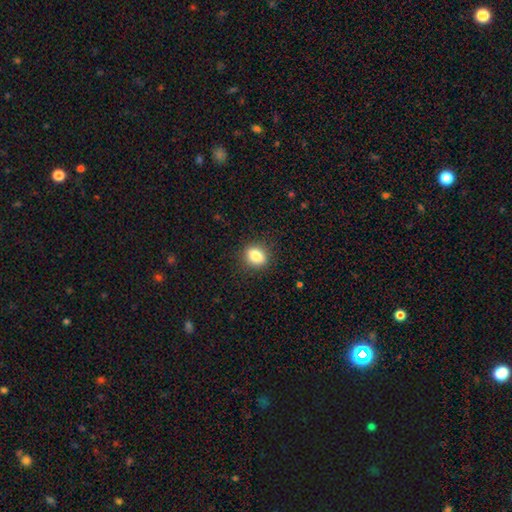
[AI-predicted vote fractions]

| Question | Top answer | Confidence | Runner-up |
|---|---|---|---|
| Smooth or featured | smooth | 84% | star or artifact (9%) |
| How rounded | in between | 60% | round (38%) |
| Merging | none | 88% | minor disturbance (9%) |